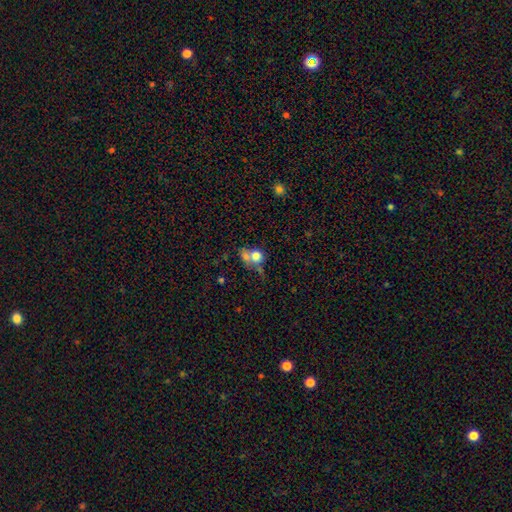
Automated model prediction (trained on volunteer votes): Q: Smooth or featured?
A: smooth (70%); runner-up: featured or disk (18%)
Q: How rounded?
A: round (72%); runner-up: in between (27%)
Q: Merging?
A: merger (52%); runner-up: none (29%)